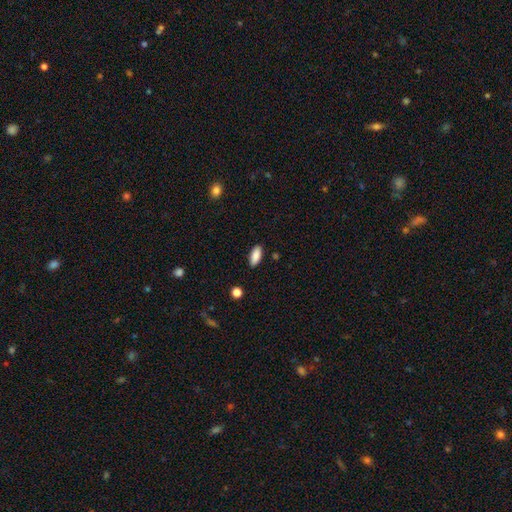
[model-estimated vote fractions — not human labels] This is clearly a smooth galaxy (89%). How rounded: clearly in between (84%). Merging: clearly none (88%).